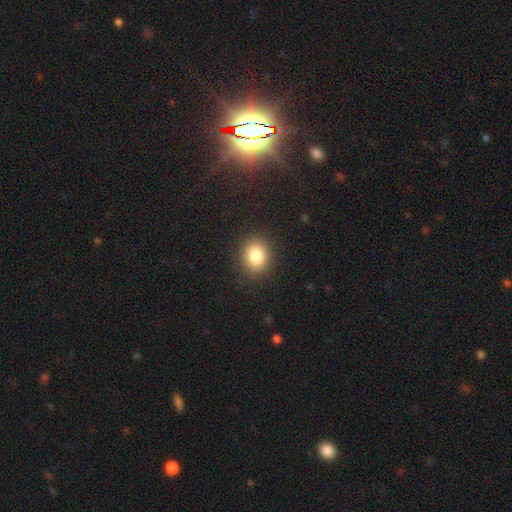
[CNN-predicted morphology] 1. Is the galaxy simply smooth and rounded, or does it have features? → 83% smooth, 10% star or artifact, 7% featured or disk.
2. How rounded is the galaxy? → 62% round, 37% in between, 1% cigar-shaped.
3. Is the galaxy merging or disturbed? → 89% none, 7% minor disturbance, 3% major disturbance, 1% merger.